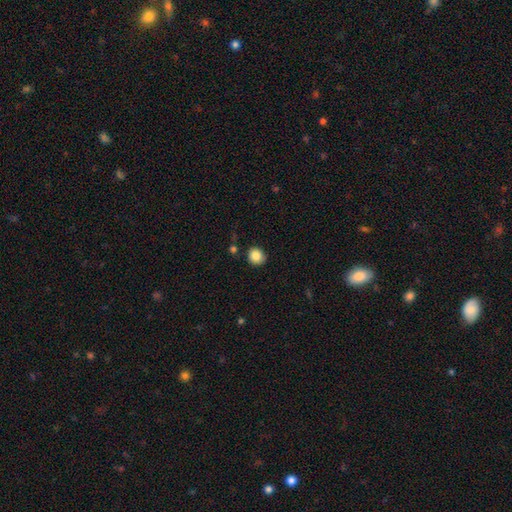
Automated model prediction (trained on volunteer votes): Morphology: type=smooth (86%); roundness=round (89%); merging=none (87%).